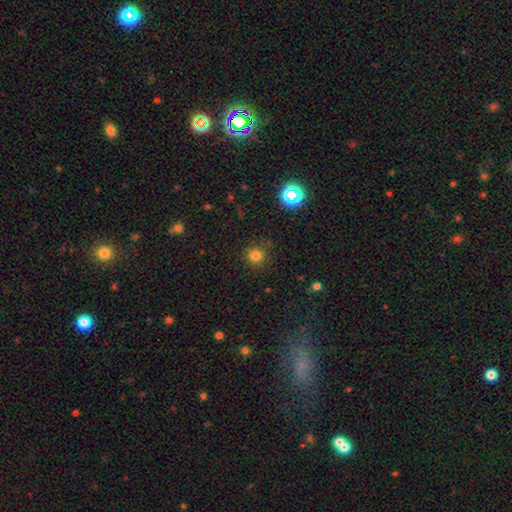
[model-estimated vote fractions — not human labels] A smooth galaxy with no disk features (77%) that is round (92%).

Vote fractions:
- Smooth or featured? smooth: 77% / star or artifact: 18% / featured or disk: 6%
- How rounded? round: 92% / in between: 7% / cigar-shaped: 1%
- Merging? none: 84% / minor disturbance: 10% / major disturbance: 4% / merger: 2%